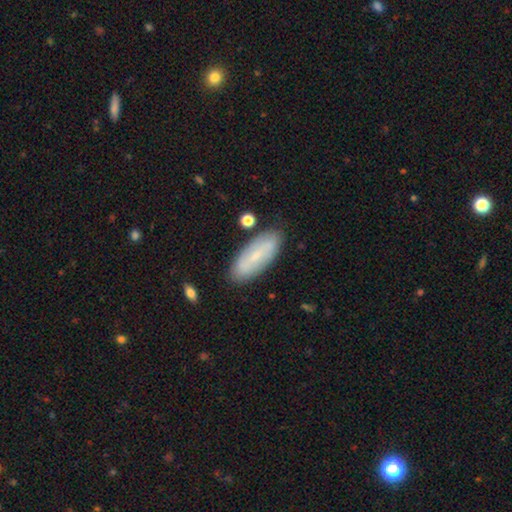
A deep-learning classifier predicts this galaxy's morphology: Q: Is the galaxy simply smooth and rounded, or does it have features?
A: smooth — 53%.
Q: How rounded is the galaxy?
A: in between — 69%.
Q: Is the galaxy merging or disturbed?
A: none — 84%.